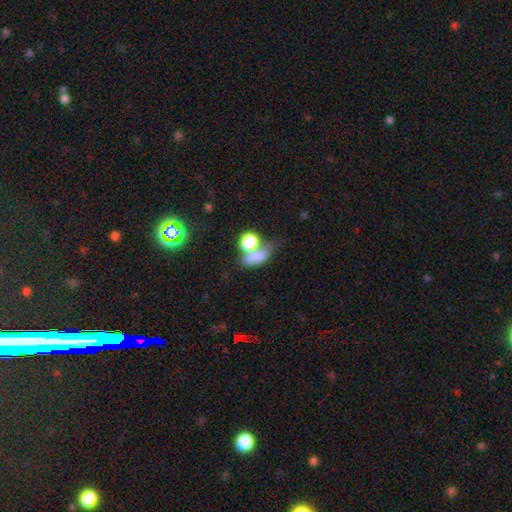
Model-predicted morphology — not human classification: type=smooth (73%); roundness=in between (63%); merging=merger (47%).